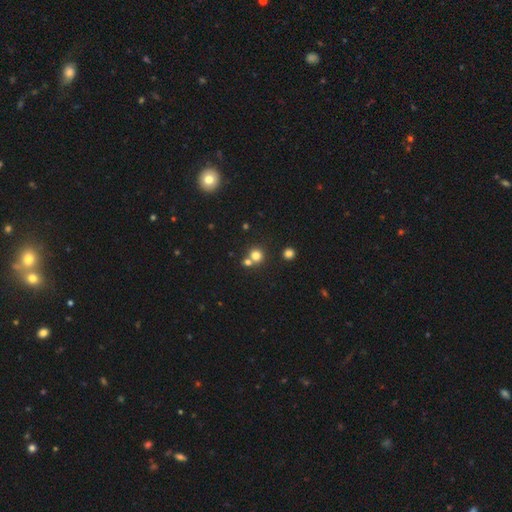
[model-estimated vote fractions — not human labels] Q: Smooth or featured?
A: smooth (76%); runner-up: star or artifact (16%)
Q: How rounded?
A: round (89%); runner-up: in between (10%)
Q: Merging?
A: none (60%); runner-up: merger (31%)